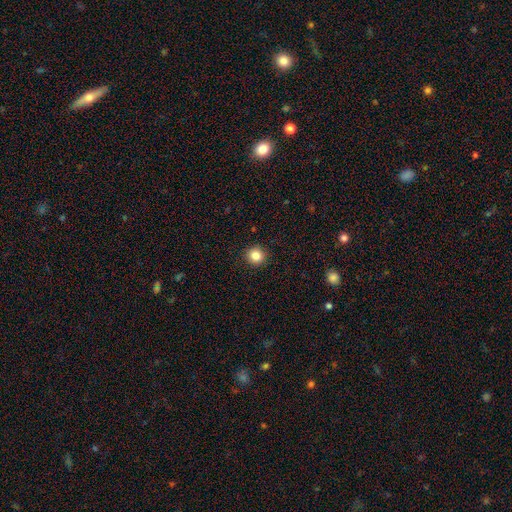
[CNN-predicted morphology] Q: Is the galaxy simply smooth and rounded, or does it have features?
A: smooth — 85%.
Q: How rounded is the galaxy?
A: round — 94%.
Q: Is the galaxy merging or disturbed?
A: none — 92%.